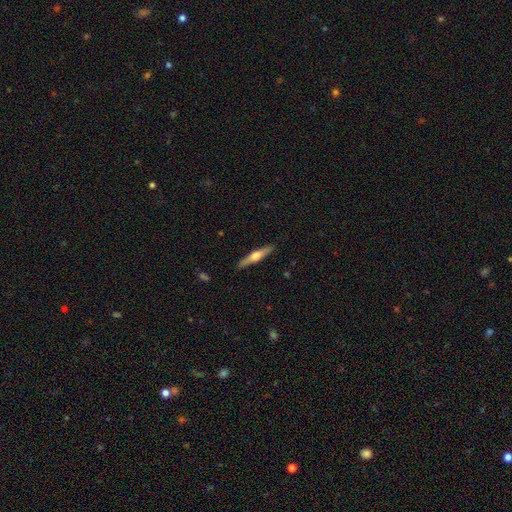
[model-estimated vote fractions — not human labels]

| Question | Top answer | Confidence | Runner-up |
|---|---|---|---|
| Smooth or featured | featured or disk | 58% | smooth (37%) |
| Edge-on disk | yes | 96% | no (4%) |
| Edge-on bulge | rounded | 89% | boxy (6%) |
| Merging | none | 89% | minor disturbance (8%) |